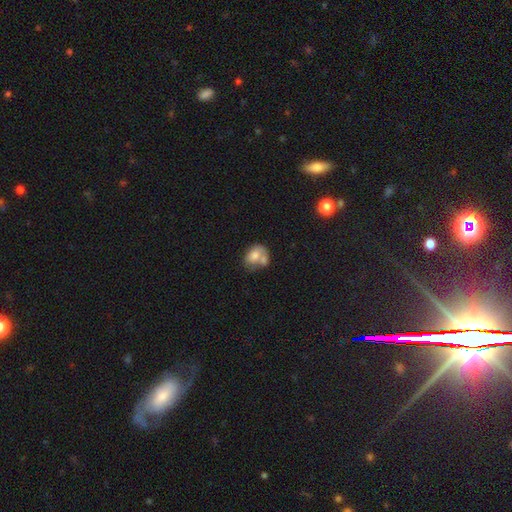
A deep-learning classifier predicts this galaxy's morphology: Smooth or featured: smooth — 67% (featured or disk — 24%)
How rounded: in between — 65% (round — 34%)
Merging: merger — 52% (none — 24%)